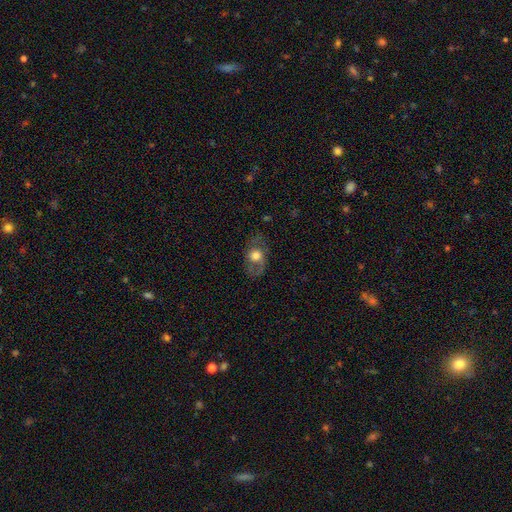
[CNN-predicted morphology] A smooth galaxy with no disk features (50%).

Vote fractions:
- Smooth or featured? smooth: 50% / featured or disk: 41% / star or artifact: 9%
- Merging? none: 65% / minor disturbance: 19% / major disturbance: 14% / merger: 2%